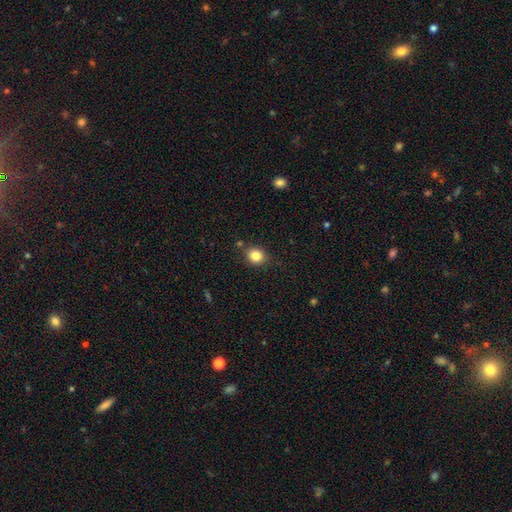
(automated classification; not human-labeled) Overall: smooth (83%). How rounded: round (79%). Merging: none (84%).